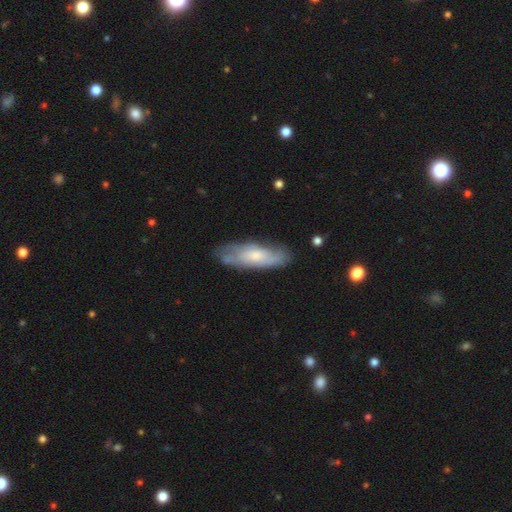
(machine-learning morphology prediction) Overall: smooth (48%; featured or disk 46%). Merging: none (69%).